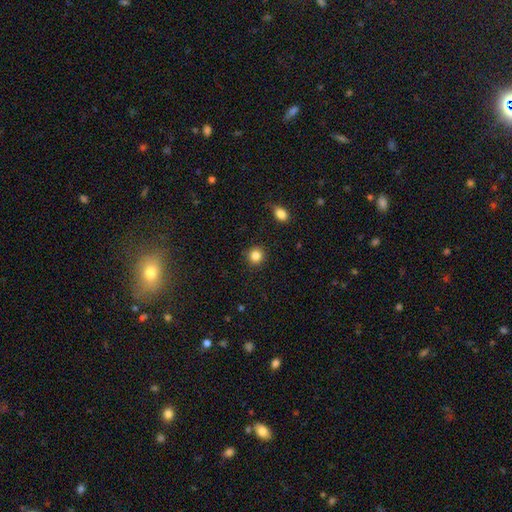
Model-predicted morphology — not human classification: type=smooth (85%); roundness=round (90%); merging=none (91%).